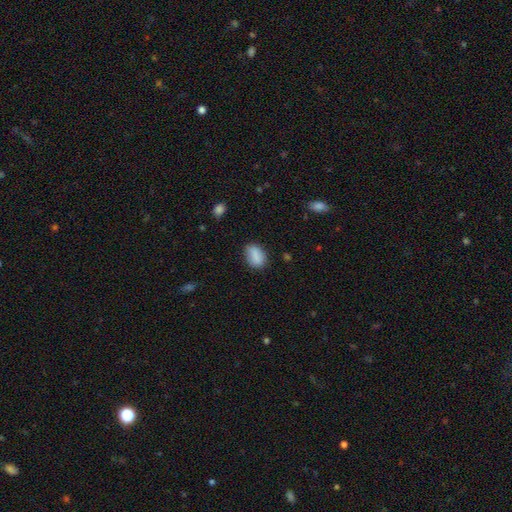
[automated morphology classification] This is clearly a smooth galaxy (85%). How rounded: clearly in between (82%). Merging: likely none (78%).